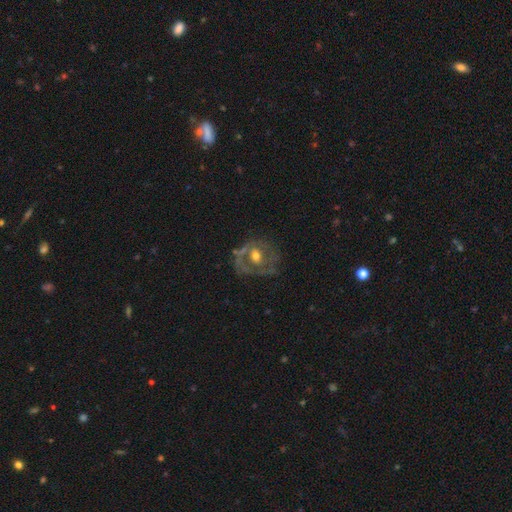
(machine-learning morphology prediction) Smooth or featured? featured or disk (63%)
Edge-on disk? no (96%)
Bar? no (67%)
Spiral arms? no (67%)
Bulge size? moderate (73%)
Merging? none (50%)